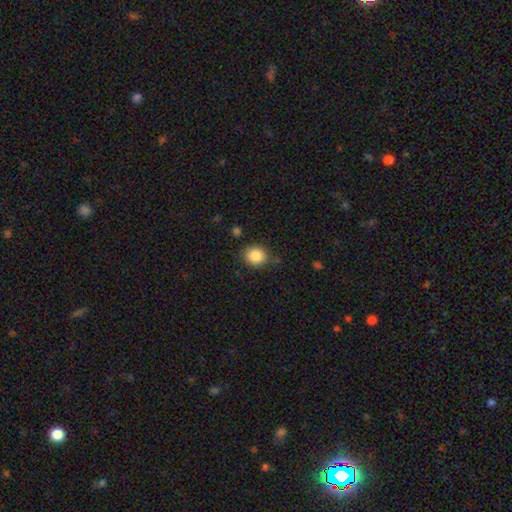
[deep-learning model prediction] Smooth or featured? smooth (87%)
How rounded? round (73%)
Merging? none (80%)